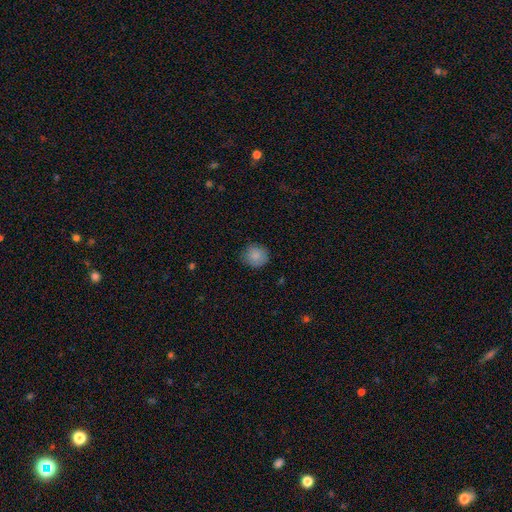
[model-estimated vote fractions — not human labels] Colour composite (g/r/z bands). It shows a smooth galaxy with no disk features (86%) that is round (87%). Merging: none (82%).